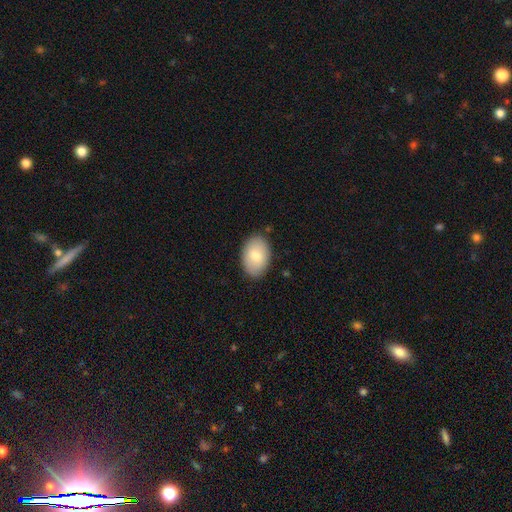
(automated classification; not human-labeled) Smooth or featured?
  - smooth: 79% *
  - featured or disk: 15%
  - star or artifact: 6%
How rounded?
  - in between: 88% *
  - round: 11%
  - cigar-shaped: 1%
Merging?
  - none: 85% *
  - minor disturbance: 11%
  - major disturbance: 2%
  - merger: 1%